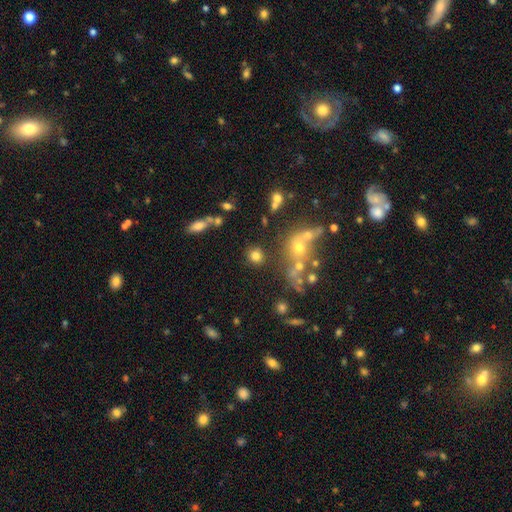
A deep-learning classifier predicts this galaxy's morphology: Overall: smooth (77%). How rounded: round (82%). Merging: none (77%).